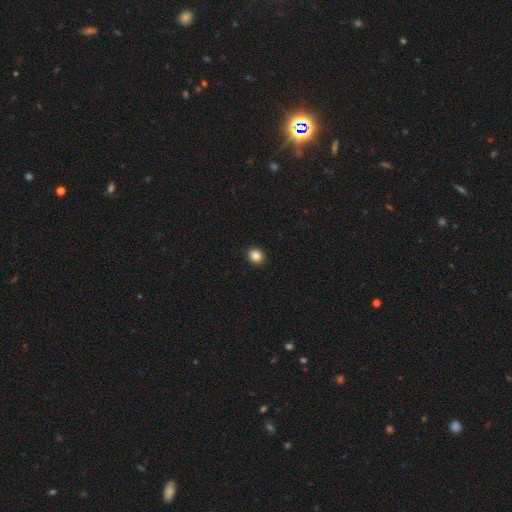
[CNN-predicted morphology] A smooth galaxy with no disk features (86%) that is round (63%).

Vote fractions:
- Smooth or featured? smooth: 86% / star or artifact: 10% / featured or disk: 4%
- How rounded? round: 63% / in between: 36% / cigar-shaped: 1%
- Merging? none: 92% / minor disturbance: 6% / major disturbance: 2% / merger: 1%